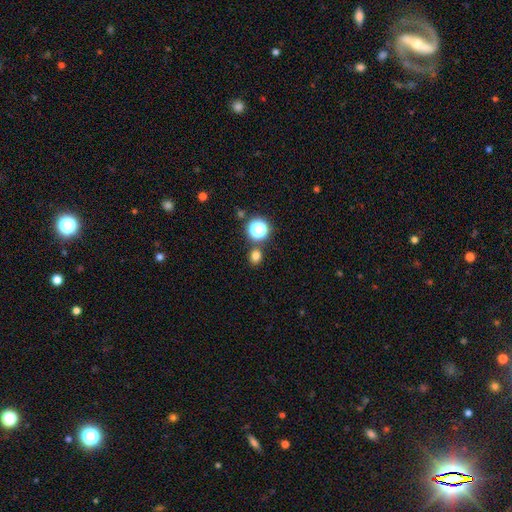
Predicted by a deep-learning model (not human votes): Smooth or featured? Predicted: smooth (p=0.75). How rounded? Predicted: round (p=0.71). Merging? Predicted: none (p=0.81).